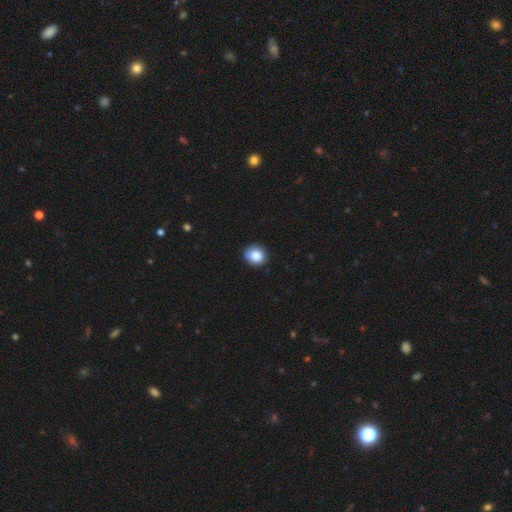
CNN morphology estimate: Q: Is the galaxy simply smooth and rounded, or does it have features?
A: smooth — 86%.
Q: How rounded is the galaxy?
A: round — 86%.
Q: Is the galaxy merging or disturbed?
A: none — 84%.